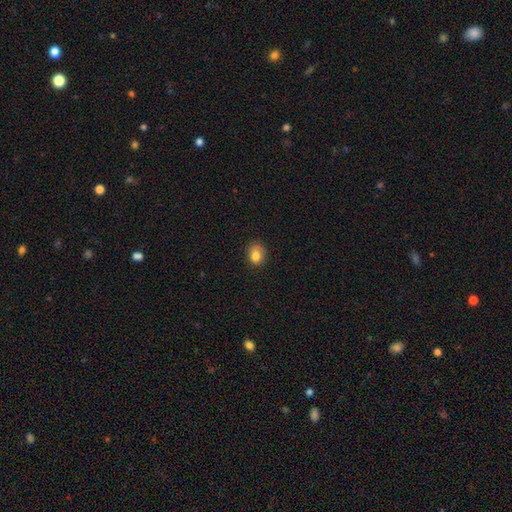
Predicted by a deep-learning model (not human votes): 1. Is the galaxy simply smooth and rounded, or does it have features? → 81% smooth, 10% star or artifact, 8% featured or disk.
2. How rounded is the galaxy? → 56% round, 43% in between, 1% cigar-shaped.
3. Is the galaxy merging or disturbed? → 79% none, 17% minor disturbance, 4% major disturbance, 1% merger.